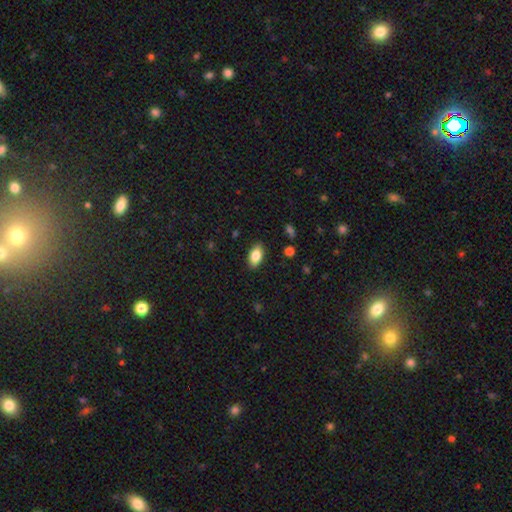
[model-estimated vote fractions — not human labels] A smooth galaxy with no disk features (84%) that is in between round and cigar-shaped (91%). Merging: none (87%).